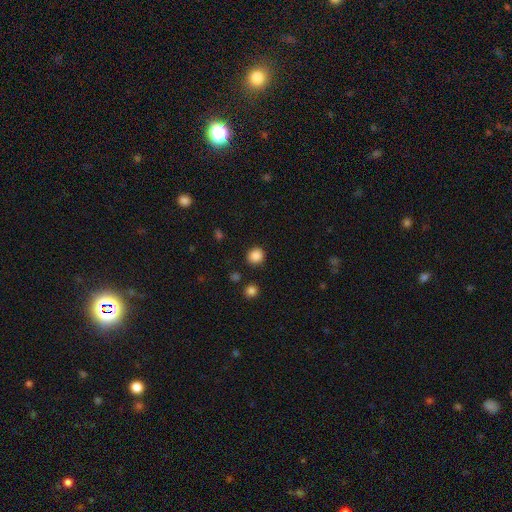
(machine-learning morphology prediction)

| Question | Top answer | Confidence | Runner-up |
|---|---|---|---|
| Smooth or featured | smooth | 86% | star or artifact (11%) |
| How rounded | round | 86% | in between (13%) |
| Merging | none | 88% | minor disturbance (8%) |